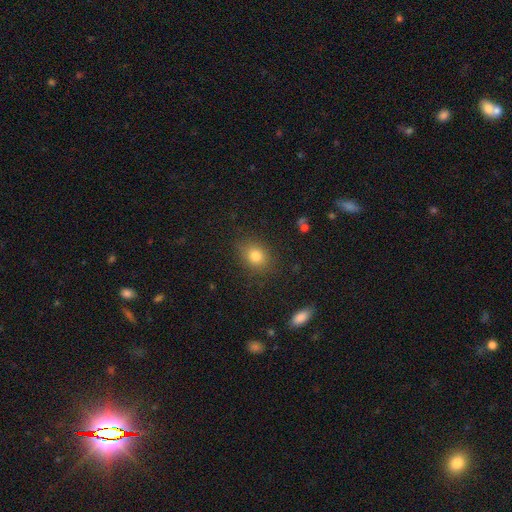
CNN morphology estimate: Q: Smooth or featured?
A: smooth (80%); runner-up: star or artifact (12%)
Q: How rounded?
A: round (51%); runner-up: in between (48%)
Q: Merging?
A: none (84%); runner-up: minor disturbance (11%)